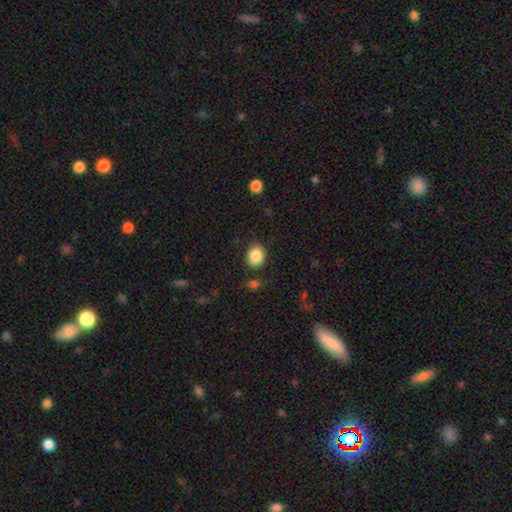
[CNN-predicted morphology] type=smooth (86%); roundness=round (58%); merging=none (84%).